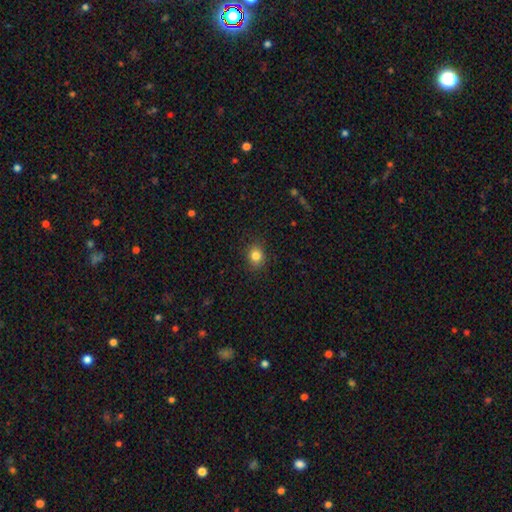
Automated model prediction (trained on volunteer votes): The model was most divided on "how rounded": round: 70%, in between: 29%, cigar-shaped: 1%. More confident: merging — none (88%); smooth or featured — smooth (83%).